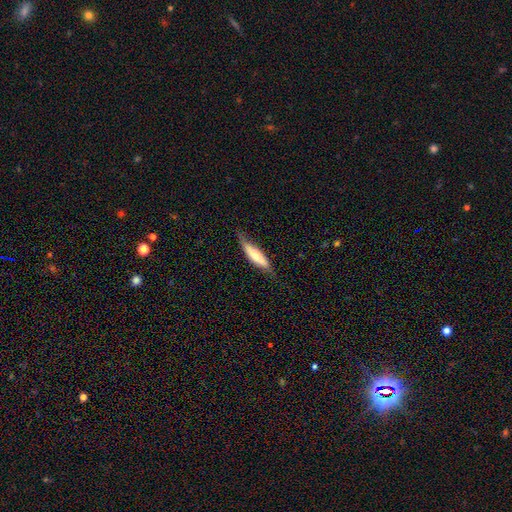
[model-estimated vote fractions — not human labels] Q: Smooth or featured?
A: smooth (55%); runner-up: featured or disk (39%)
Q: How rounded?
A: cigar-shaped (68%); runner-up: in between (30%)
Q: Merging?
A: none (62%); runner-up: minor disturbance (29%)